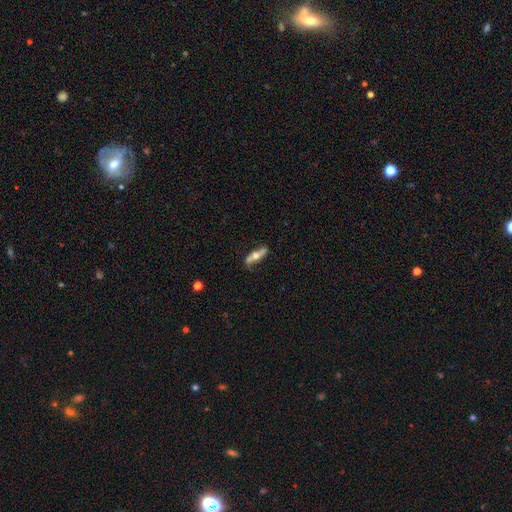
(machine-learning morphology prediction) smooth-or-featured: featured or disk: 56% | smooth: 38% | star or artifact: 6%
  disk-edge-on: yes: 65% | no: 35%
  merging: none: 72% | minor disturbance: 18% | merger: 5% | major disturbance: 5%